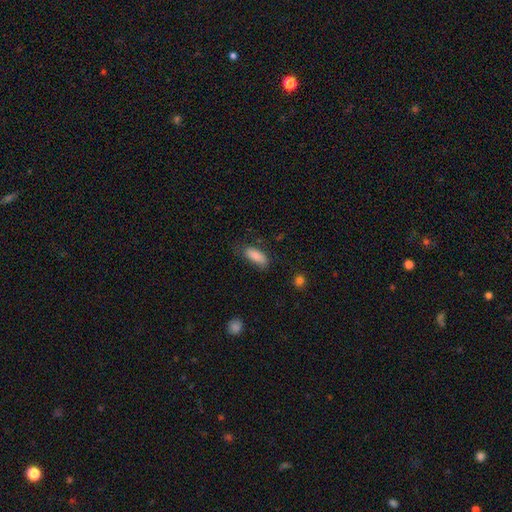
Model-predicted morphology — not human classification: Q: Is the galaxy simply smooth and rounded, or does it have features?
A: smooth — 86%.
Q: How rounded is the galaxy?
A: in between — 77%.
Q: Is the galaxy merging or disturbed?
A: none — 65%.